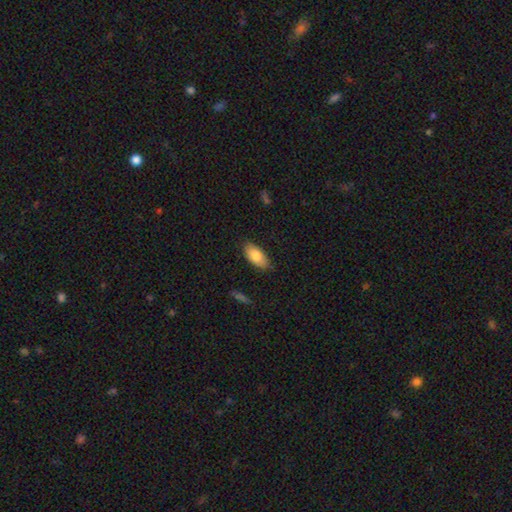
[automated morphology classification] This appears to be a smooth galaxy with no disk features (84%) that is in between round and cigar-shaped (92%). Merging: none (82%).